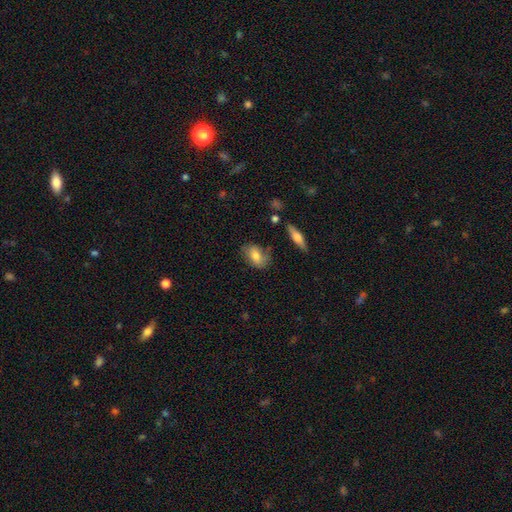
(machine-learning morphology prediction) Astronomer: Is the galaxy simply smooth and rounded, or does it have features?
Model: smooth — 73%.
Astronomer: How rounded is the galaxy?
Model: in between — 83%.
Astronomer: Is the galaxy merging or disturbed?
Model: none — 72%.